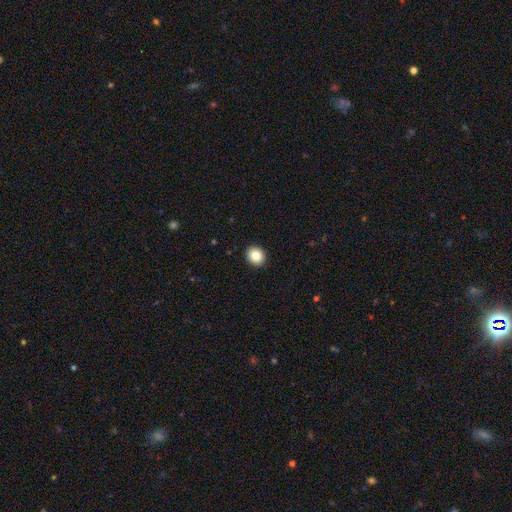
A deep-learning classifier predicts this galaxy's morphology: smooth 85%, star or artifact 9%, featured or disk 6%. Down the decision tree: how rounded — round (76%); merging — none (93%).